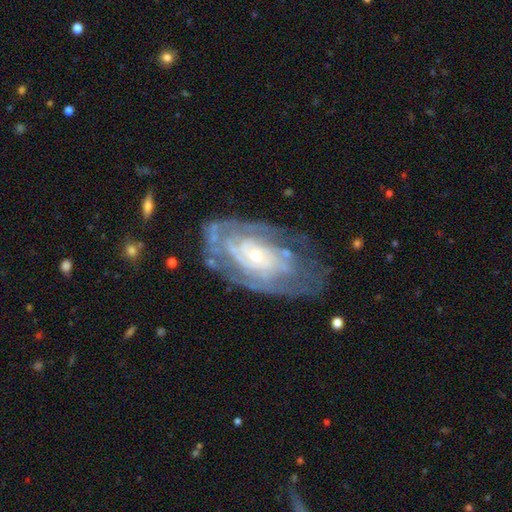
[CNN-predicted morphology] Q: Smooth or featured?
A: featured or disk (84%); runner-up: smooth (10%)
Q: Edge-on disk?
A: no (94%); runner-up: yes (6%)
Q: Bar?
A: no (76%); runner-up: weak (19%)
Q: Spiral arms?
A: yes (89%); runner-up: no (11%)
Q: Spiral winding?
A: tight (72%); runner-up: medium (22%)
Q: Spiral arm count?
A: can't tell (49%); runner-up: 2 (17%)
Q: Bulge size?
A: small (70%); runner-up: moderate (26%)
Q: Merging?
A: none (65%); runner-up: minor disturbance (21%)